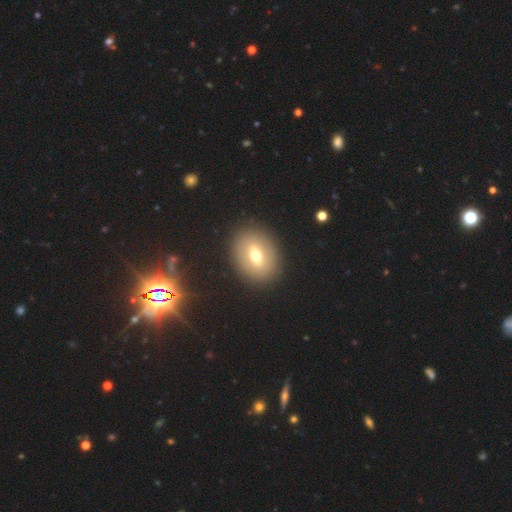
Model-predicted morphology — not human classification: A smooth galaxy with no disk features (58%) that is in between round and cigar-shaped (65%).

Vote fractions:
- Smooth or featured? smooth: 58% / featured or disk: 30% / star or artifact: 12%
- How rounded? in between: 65% / round: 34% / cigar-shaped: 1%
- Merging? none: 88% / minor disturbance: 8% / major disturbance: 3% / merger: 1%